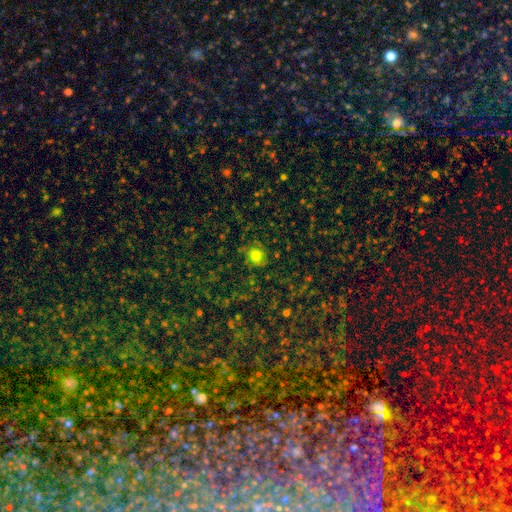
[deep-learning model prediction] The model was most divided on "smooth or featured": smooth: 51%, star or artifact: 29%, featured or disk: 20%. More confident: how rounded — round (74%); merging — none (68%).